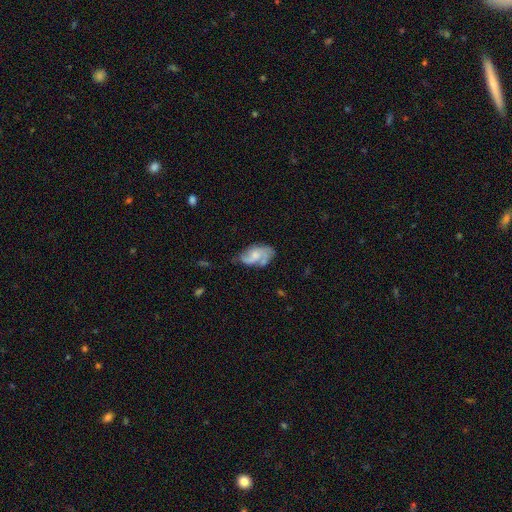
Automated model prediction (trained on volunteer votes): Smooth or featured: featured or disk — 62% (smooth — 31%)
Edge-on disk: no — 96% (yes — 4%)
Bar: no — 65% (weak — 30%)
Spiral arms: yes — 86% (no — 14%)
Spiral winding: medium — 44% (loose — 33%)
Spiral arm count: 2 — 51% (3 — 20%)
Bulge size: moderate — 39% (small — 36%)
Merging: none — 51% (minor disturbance — 29%)